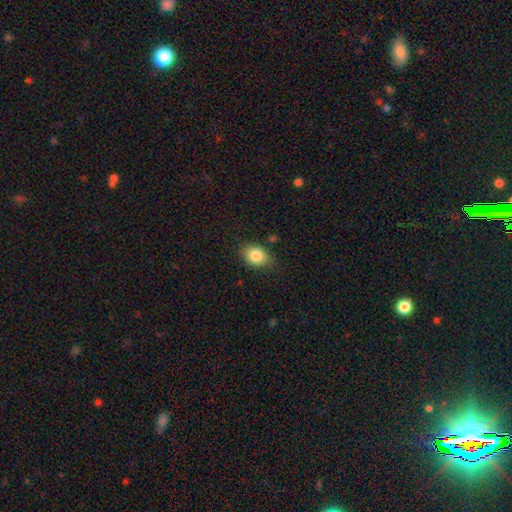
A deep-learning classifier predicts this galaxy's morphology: A smooth galaxy with no disk features (85%) that is in between round and cigar-shaped (60%). Merging: none (80%).